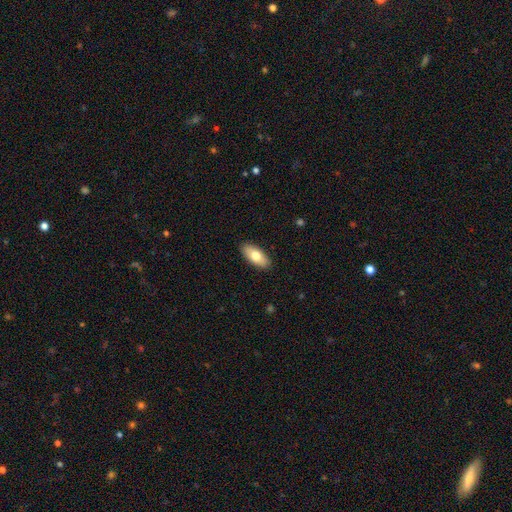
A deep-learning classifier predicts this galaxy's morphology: Smooth or featured? smooth (75%)
How rounded? in between (86%)
Merging? none (89%)